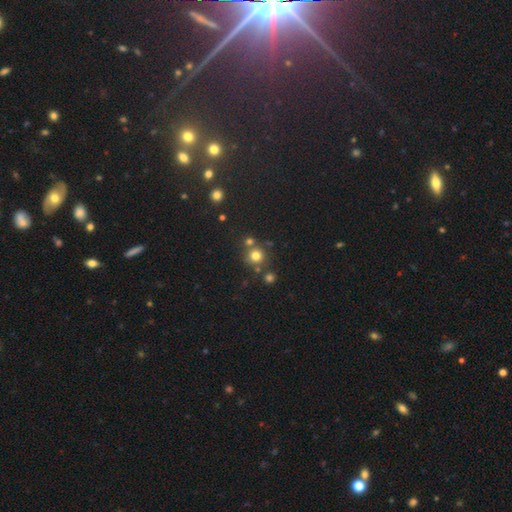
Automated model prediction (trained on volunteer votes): A smooth galaxy with no disk features (74%) that is round (91%). Merging: none (70%).